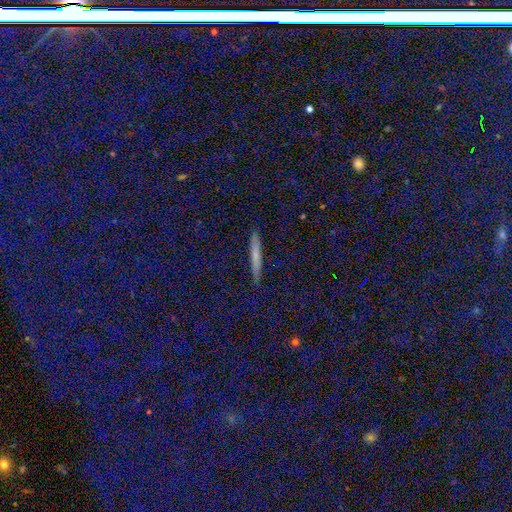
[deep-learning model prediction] This is possibly a smooth galaxy (50%). Merging: clearly none (90%).